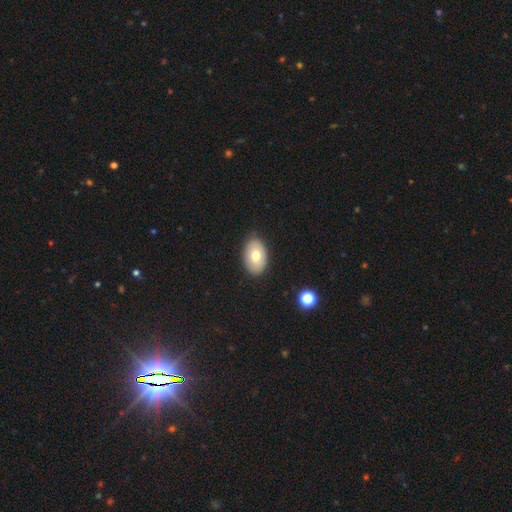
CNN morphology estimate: smooth 73%, featured or disk 19%, star or artifact 8%. Down the decision tree: how rounded — in between (89%); merging — none (85%).